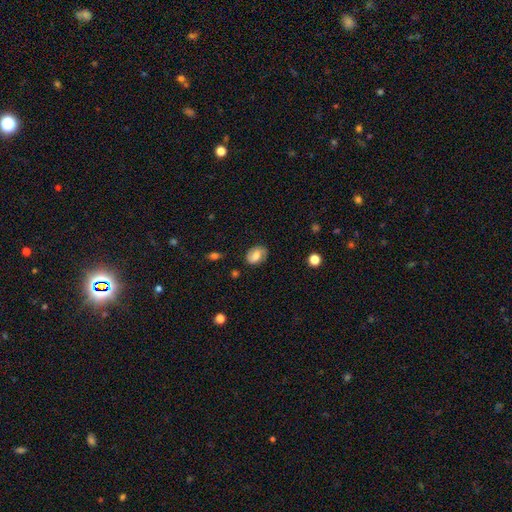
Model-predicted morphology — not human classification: smooth-or-featured: smooth: 57% | featured or disk: 35% | star or artifact: 8%
  how-rounded: in between: 77% | round: 22% | cigar-shaped: 2%
  merging: none: 79% | minor disturbance: 15% | major disturbance: 4% | merger: 2%